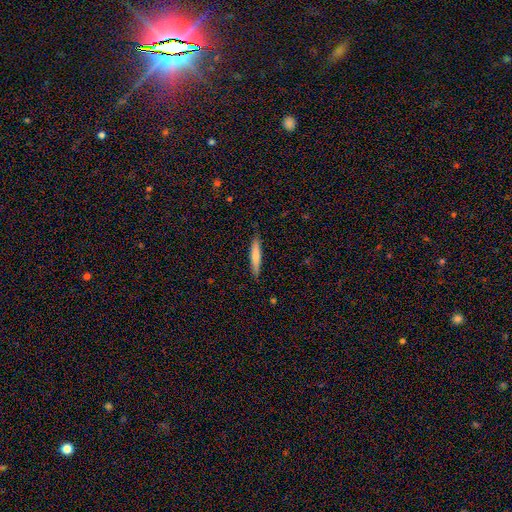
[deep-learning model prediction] Smooth or featured? smooth (74%)
How rounded? cigar-shaped (91%)
Merging? none (87%)